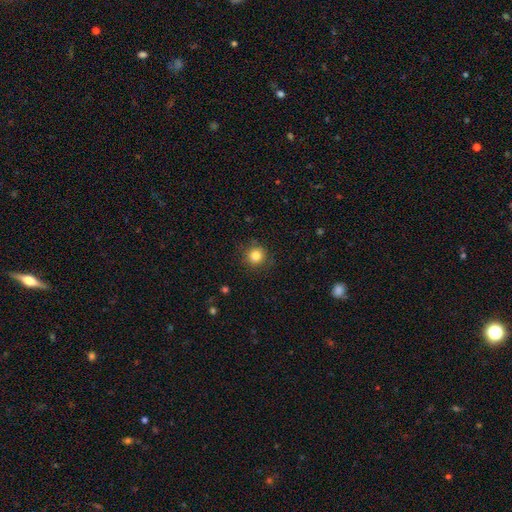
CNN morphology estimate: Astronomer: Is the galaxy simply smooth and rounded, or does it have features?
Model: smooth — 83%.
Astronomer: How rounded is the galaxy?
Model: round — 92%.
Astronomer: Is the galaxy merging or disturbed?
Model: none — 87%.